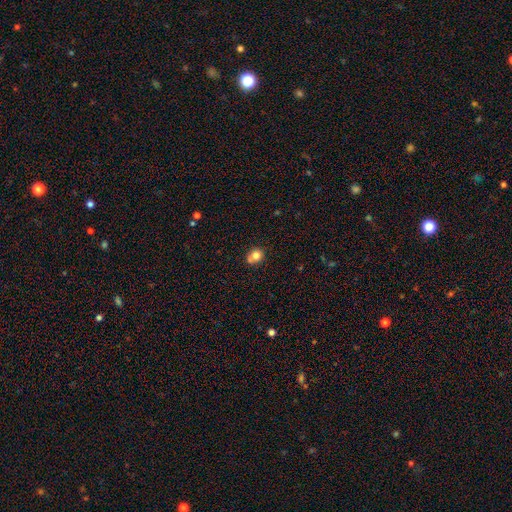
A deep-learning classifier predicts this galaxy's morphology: smooth 78%, featured or disk 11%, star or artifact 11%. Down the decision tree: how rounded — round (76%); merging — none (53%).